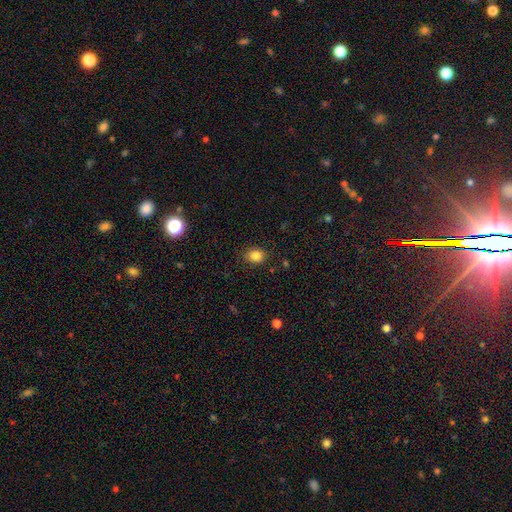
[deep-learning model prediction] The model was most divided on "how rounded" (2-way tie): round: 50%, in between: 50%, cigar-shaped: 1%. More confident: merging — none (86%); smooth or featured — smooth (83%).